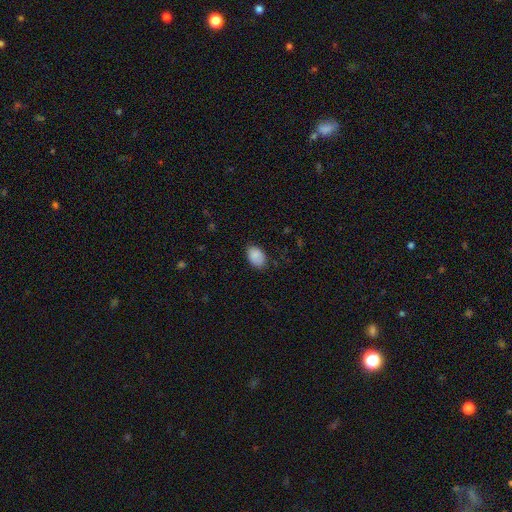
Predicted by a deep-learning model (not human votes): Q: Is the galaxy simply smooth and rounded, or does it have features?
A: smooth — 87%.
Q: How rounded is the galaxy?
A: in between — 86%.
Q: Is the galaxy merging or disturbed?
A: none — 79%.